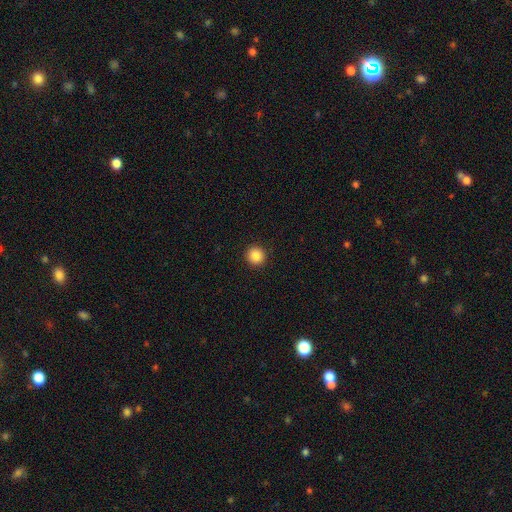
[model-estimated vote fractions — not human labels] The model was most divided on "smooth or featured": smooth: 86%, star or artifact: 10%, featured or disk: 4%. More confident: how rounded — round (95%); merging — none (93%).